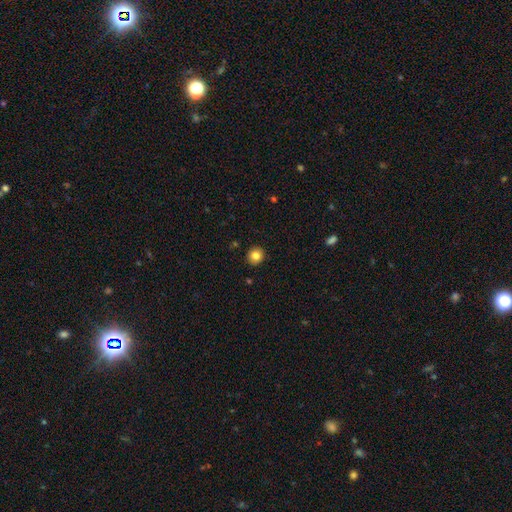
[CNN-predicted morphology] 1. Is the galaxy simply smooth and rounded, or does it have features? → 83% smooth, 11% star or artifact, 7% featured or disk.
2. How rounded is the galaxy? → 88% round, 11% in between, 1% cigar-shaped.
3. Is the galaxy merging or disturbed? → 91% none, 6% minor disturbance, 2% major disturbance, 1% merger.